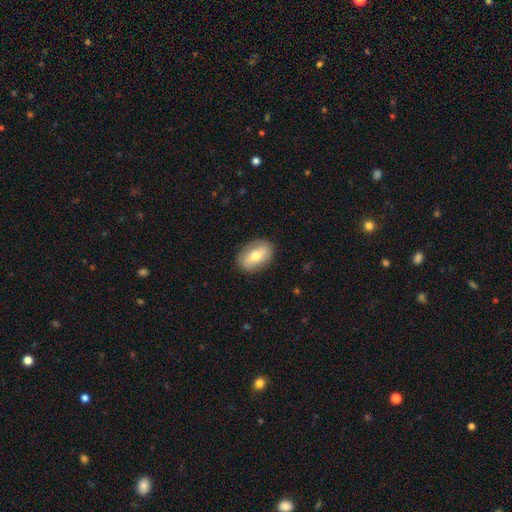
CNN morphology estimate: Q: Smooth or featured?
A: smooth (59%); runner-up: featured or disk (34%)
Q: How rounded?
A: in between (82%); runner-up: round (16%)
Q: Merging?
A: none (86%); runner-up: minor disturbance (10%)